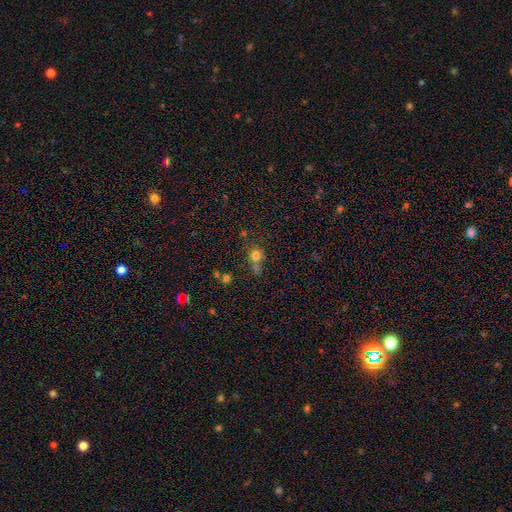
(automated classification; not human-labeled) smooth 71%, star or artifact 18%, featured or disk 11%. Down the decision tree: how rounded — round (82%); merging — none (52%).